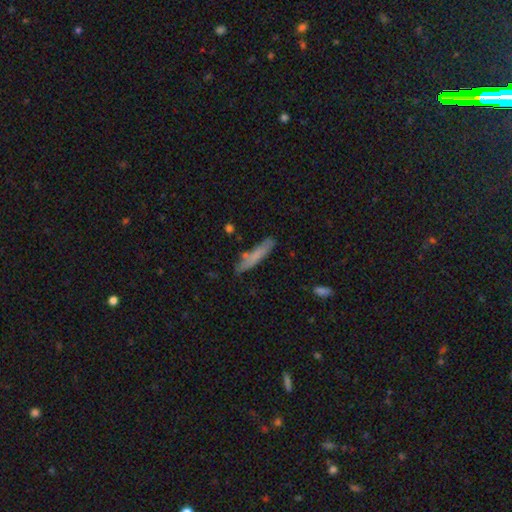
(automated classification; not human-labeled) A smooth galaxy with no disk features (72%) that is cigar-shaped (90%).

Vote fractions:
- Smooth or featured? smooth: 72% / featured or disk: 21% / star or artifact: 7%
- How rounded? cigar-shaped: 90% / in between: 9% / round: 1%
- Merging? none: 78% / minor disturbance: 15% / merger: 4% / major disturbance: 3%